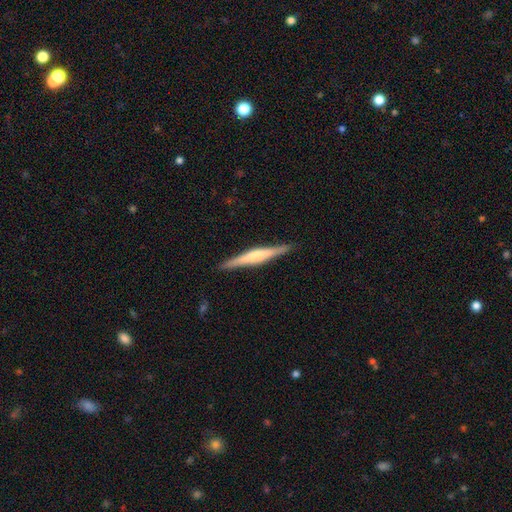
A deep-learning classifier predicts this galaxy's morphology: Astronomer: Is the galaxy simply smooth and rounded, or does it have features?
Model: featured or disk — 66%.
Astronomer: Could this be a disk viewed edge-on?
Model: yes — 98%.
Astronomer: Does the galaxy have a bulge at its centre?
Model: rounded — 49% (runner-up: boxy, 32%).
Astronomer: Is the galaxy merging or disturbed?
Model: none — 91%.